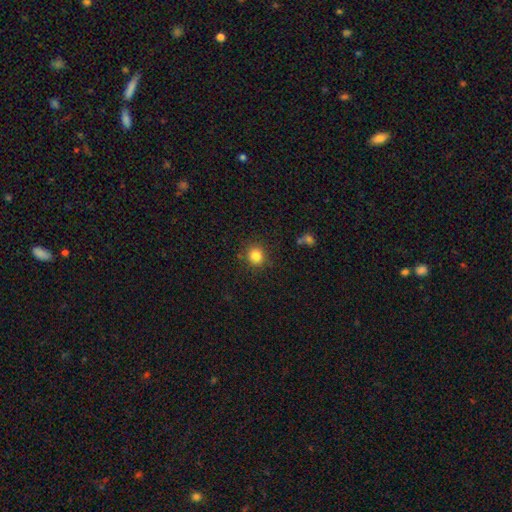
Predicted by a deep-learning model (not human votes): A smooth galaxy with no disk features (83%) that is round (86%). Merging: none (86%).